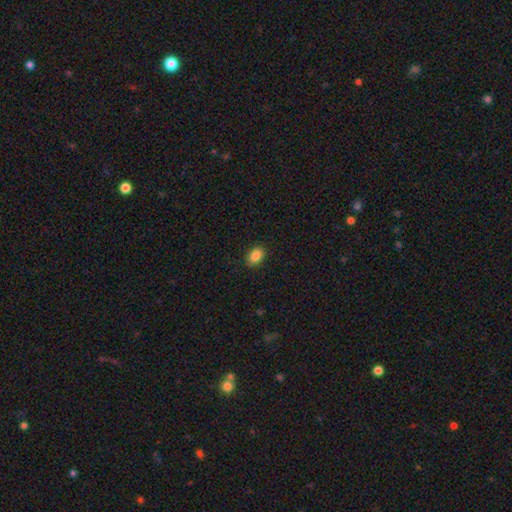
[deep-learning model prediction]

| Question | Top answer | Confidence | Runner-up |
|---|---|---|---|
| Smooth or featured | smooth | 87% | star or artifact (9%) |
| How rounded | in between | 85% | round (14%) |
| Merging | none | 89% | minor disturbance (8%) |